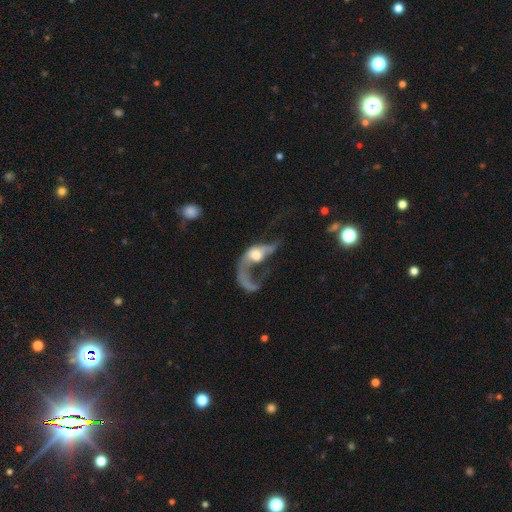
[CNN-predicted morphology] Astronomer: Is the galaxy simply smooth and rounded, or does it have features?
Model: featured or disk — 62%.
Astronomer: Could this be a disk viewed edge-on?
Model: no — 91%.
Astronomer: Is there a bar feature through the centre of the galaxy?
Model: no — 78%.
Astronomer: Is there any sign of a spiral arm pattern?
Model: yes — 52% (runner-up: no, 48%).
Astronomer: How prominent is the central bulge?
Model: moderate — 51% (runner-up: large, 28%).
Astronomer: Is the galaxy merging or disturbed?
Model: major disturbance — 71%.